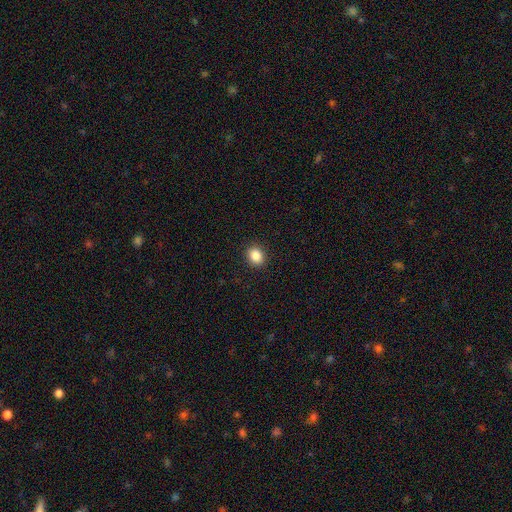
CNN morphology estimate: Smooth or featured: smooth — 86% (star or artifact — 10%)
How rounded: round — 57% (in between — 42%)
Merging: none — 91% (minor disturbance — 6%)